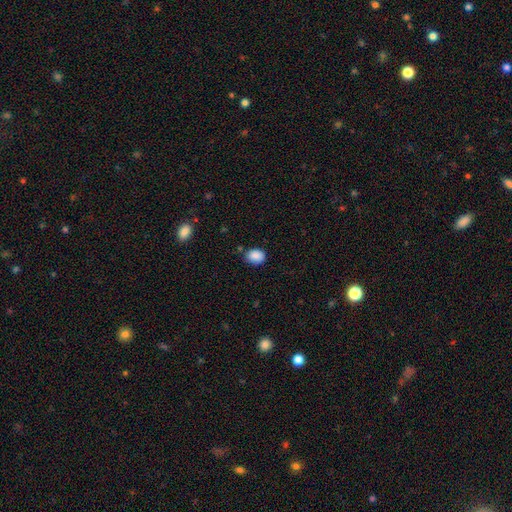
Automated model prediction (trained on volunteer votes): smooth_or_featured: smooth (p=0.88) [alt: star or artifact p=0.08]
how_rounded: in between (p=0.57) [alt: round p=0.42]
merging: none (p=0.76) [alt: minor disturbance p=0.18]